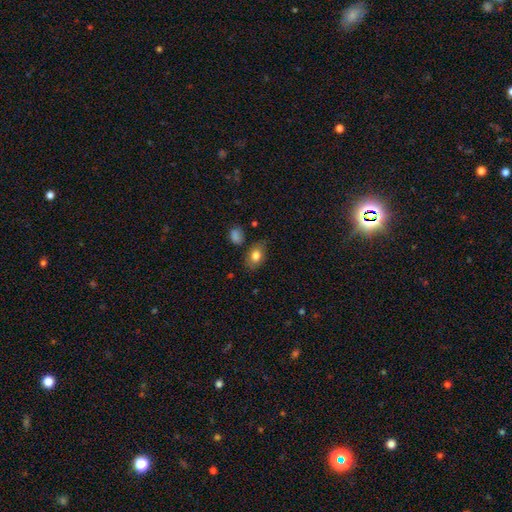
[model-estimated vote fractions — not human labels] Smooth or featured?
  - smooth: 80% *
  - featured or disk: 12%
  - star or artifact: 8%
How rounded?
  - in between: 80% *
  - round: 18%
  - cigar-shaped: 2%
Merging?
  - none: 71% *
  - minor disturbance: 20%
  - major disturbance: 5%
  - merger: 3%